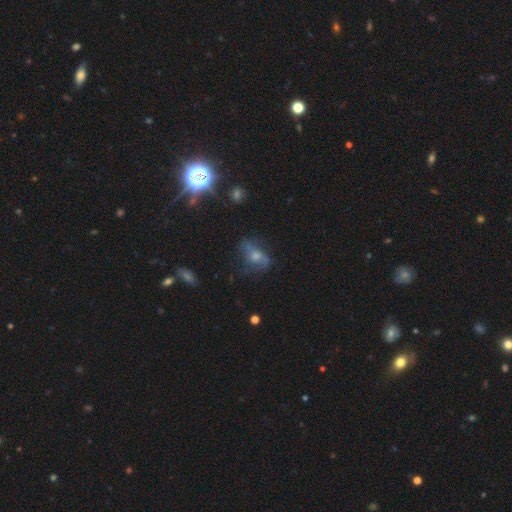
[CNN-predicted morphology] smooth-or-featured: featured or disk: 49% | smooth: 36% | star or artifact: 16%
  merging: none: 50% | minor disturbance: 25% | major disturbance: 22% | merger: 3%